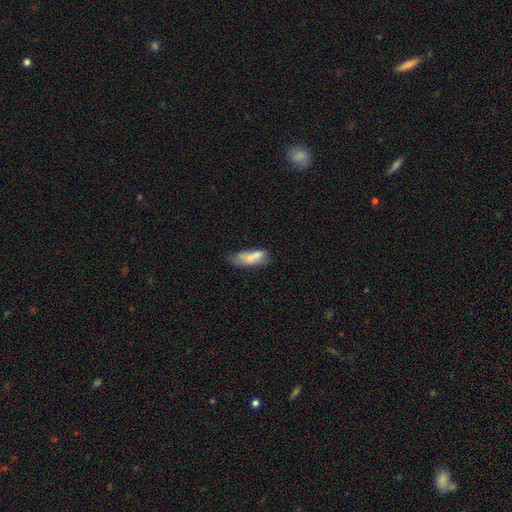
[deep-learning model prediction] This is possibly a smooth galaxy (59%). How rounded: possibly in between (55%). Merging: marginally none (43%).